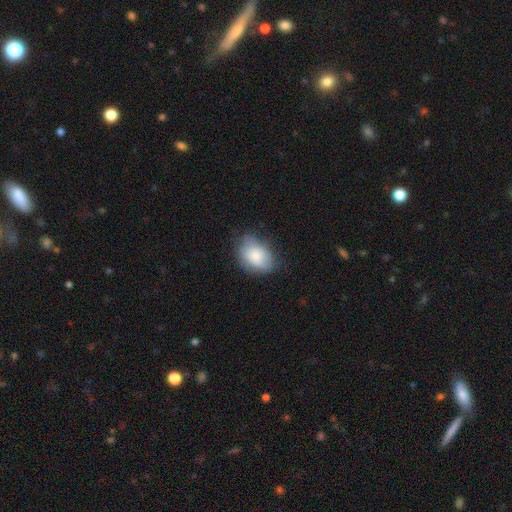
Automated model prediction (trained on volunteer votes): The model was most divided on "merging": none: 63%, minor disturbance: 28%, major disturbance: 8%, merger: 2%. More confident: how rounded — in between (80%); smooth or featured — smooth (78%).